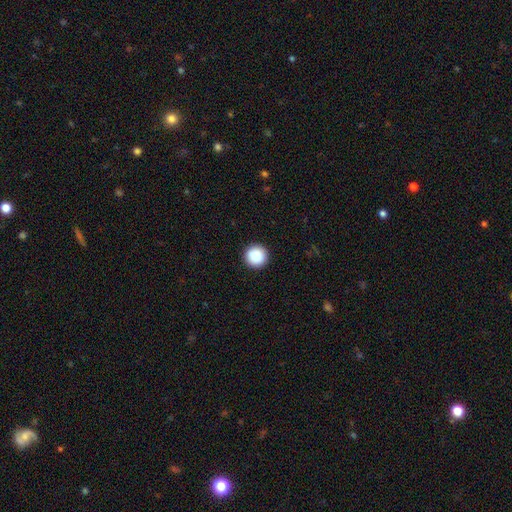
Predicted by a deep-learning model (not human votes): A smooth galaxy with no disk features (88%) that is round (97%).

Vote fractions:
- Smooth or featured? smooth: 88% / star or artifact: 8% / featured or disk: 4%
- How rounded? round: 97% / in between: 3% / cigar-shaped: 1%
- Merging? none: 92% / minor disturbance: 5% / major disturbance: 2% / merger: 1%